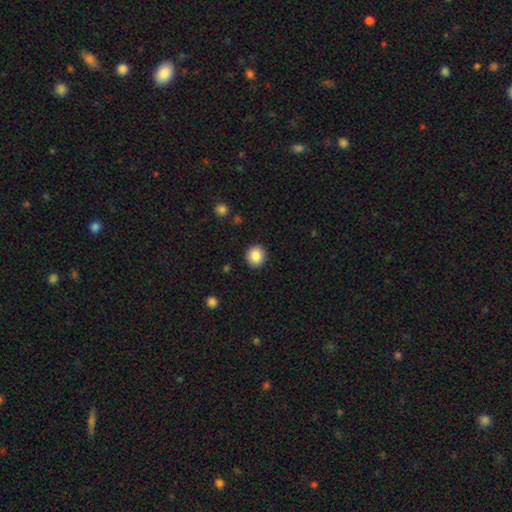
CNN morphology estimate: A smooth galaxy with no disk features (86%) that is round (91%).

Vote fractions:
- Smooth or featured? smooth: 86% / star or artifact: 9% / featured or disk: 6%
- How rounded? round: 91% / in between: 8% / cigar-shaped: 1%
- Merging? none: 92% / minor disturbance: 6% / major disturbance: 2% / merger: 1%